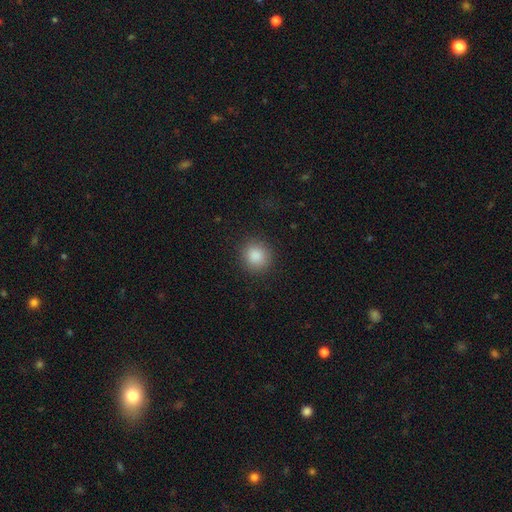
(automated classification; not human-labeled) Smooth or featured?
  - smooth: 87% *
  - star or artifact: 9%
  - featured or disk: 4%
How rounded?
  - round: 89% *
  - in between: 10%
  - cigar-shaped: 1%
Merging?
  - none: 88% *
  - minor disturbance: 8%
  - major disturbance: 3%
  - merger: 1%